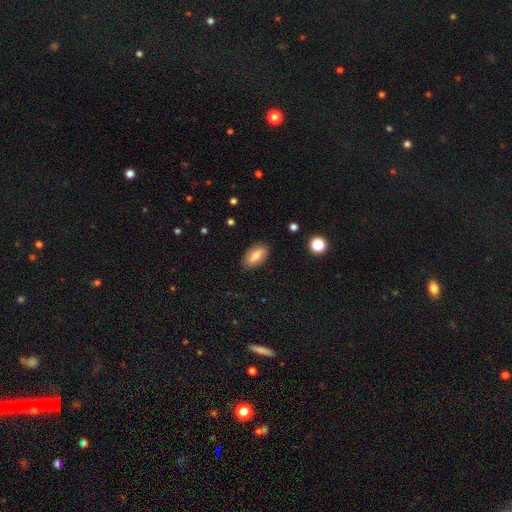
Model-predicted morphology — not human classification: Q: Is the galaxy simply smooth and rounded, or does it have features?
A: smooth — 71%.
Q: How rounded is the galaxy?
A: in between — 91%.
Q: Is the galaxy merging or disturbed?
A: none — 86%.